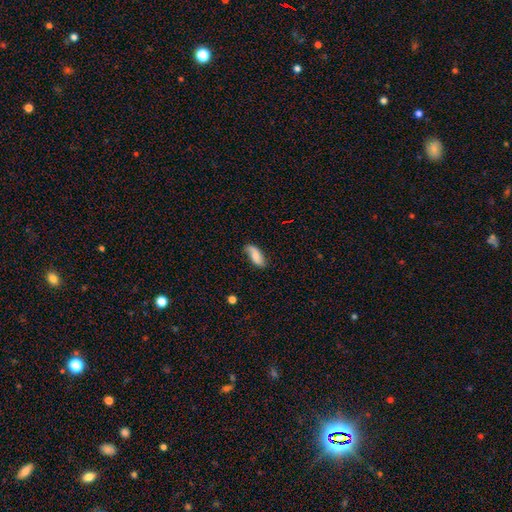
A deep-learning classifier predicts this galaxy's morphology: The model was most divided on "smooth or featured": smooth: 62%, featured or disk: 31%, star or artifact: 7%. More confident: how rounded — in between (81%); merging — none (68%).